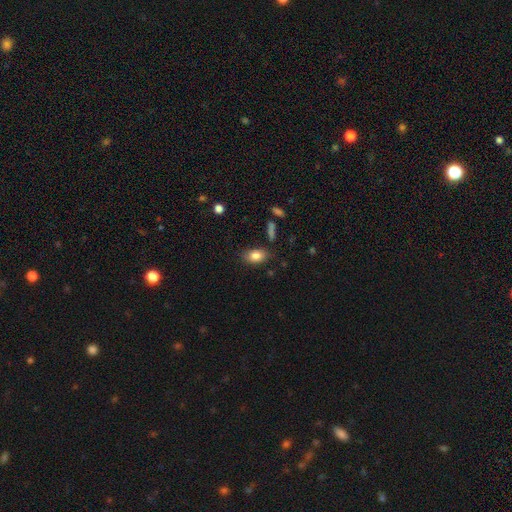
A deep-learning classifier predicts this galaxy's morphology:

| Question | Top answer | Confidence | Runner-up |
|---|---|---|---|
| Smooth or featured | smooth | 83% | featured or disk (9%) |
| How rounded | in between | 88% | round (10%) |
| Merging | none | 81% | minor disturbance (13%) |